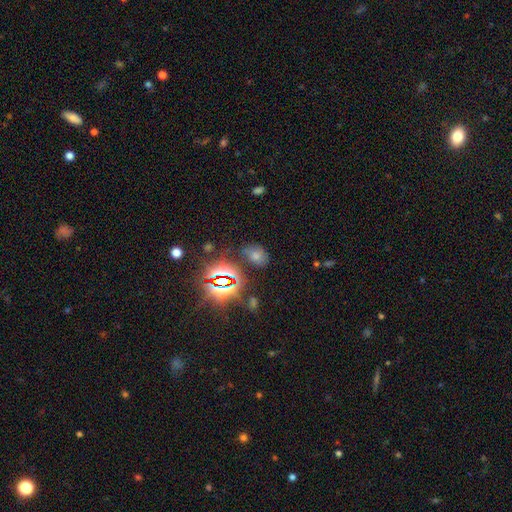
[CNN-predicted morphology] Smooth or featured?
  - smooth: 53% *
  - star or artifact: 36%
  - featured or disk: 11%
How rounded?
  - in between: 76% *
  - round: 22%
  - cigar-shaped: 2%
Merging?
  - none: 66% *
  - minor disturbance: 20%
  - major disturbance: 9%
  - merger: 5%